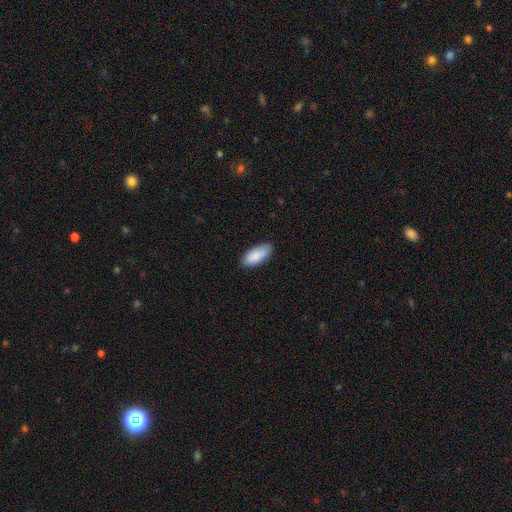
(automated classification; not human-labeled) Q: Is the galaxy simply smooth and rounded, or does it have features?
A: smooth — 87%.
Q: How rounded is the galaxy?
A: in between — 88%.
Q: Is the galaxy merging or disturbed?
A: none — 82%.